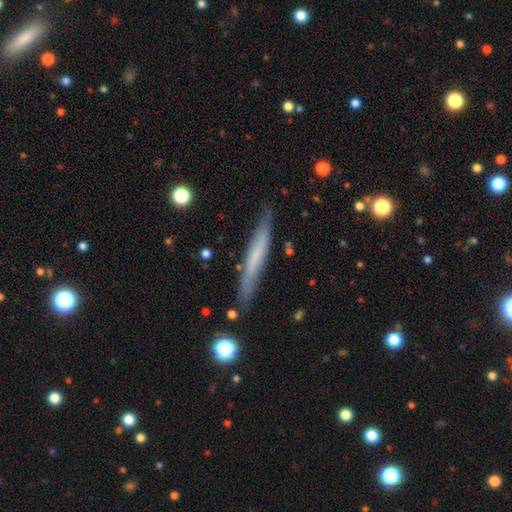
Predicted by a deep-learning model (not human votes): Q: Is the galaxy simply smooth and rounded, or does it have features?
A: smooth — 50%.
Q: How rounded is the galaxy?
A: cigar-shaped — 95%.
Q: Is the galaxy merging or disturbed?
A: none — 84%.